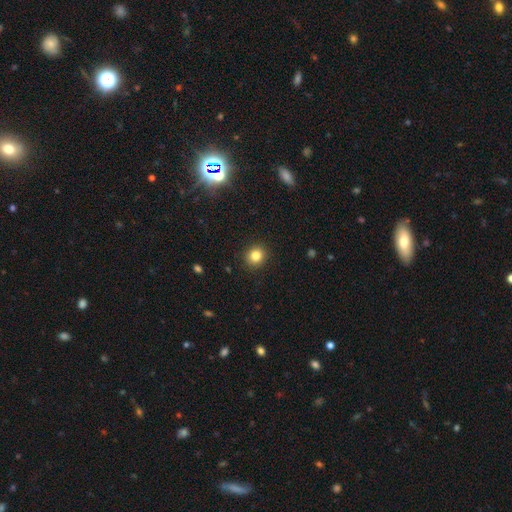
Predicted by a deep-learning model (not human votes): A smooth galaxy with no disk features (83%) that is round (84%). Merging: none (91%).